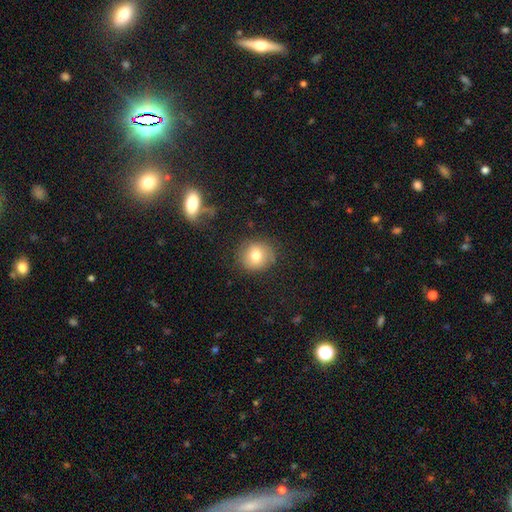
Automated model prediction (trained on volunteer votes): Morphology: type=smooth (74%); roundness=round (82%); merging=none (82%).